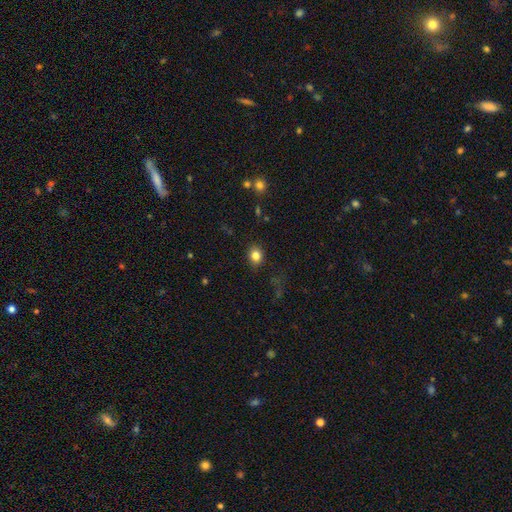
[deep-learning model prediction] Q: Smooth or featured?
A: smooth (83%); runner-up: star or artifact (11%)
Q: How rounded?
A: round (60%); runner-up: in between (39%)
Q: Merging?
A: none (85%); runner-up: minor disturbance (10%)